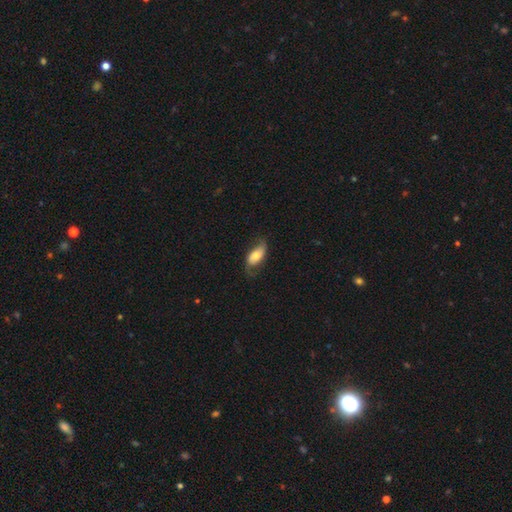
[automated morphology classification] Smooth or featured? featured or disk (48%)
Merging? none (61%)